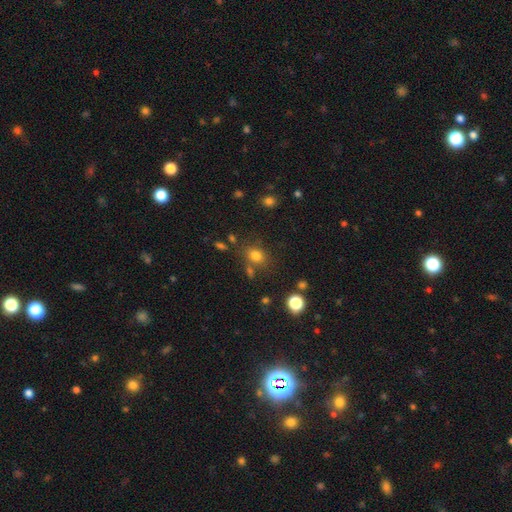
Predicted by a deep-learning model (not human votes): Smooth or featured?
  - smooth: 77% *
  - star or artifact: 15%
  - featured or disk: 8%
How rounded?
  - in between: 51% *
  - round: 48%
  - cigar-shaped: 1%
Merging?
  - none: 71% *
  - minor disturbance: 13%
  - merger: 11%
  - major disturbance: 5%